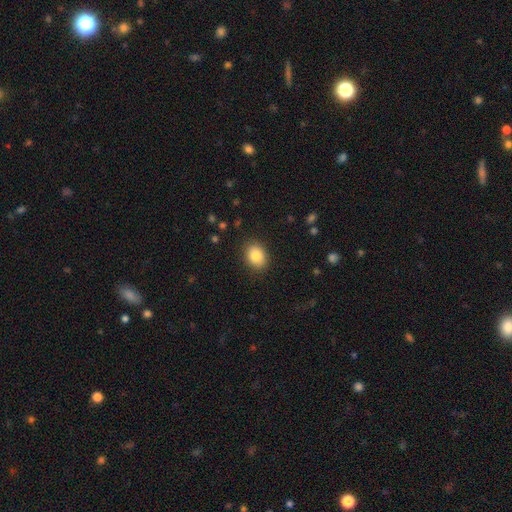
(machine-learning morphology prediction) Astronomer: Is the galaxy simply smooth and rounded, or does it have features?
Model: smooth — 85%.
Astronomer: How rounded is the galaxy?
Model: in between — 65%.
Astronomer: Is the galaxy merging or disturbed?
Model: none — 88%.